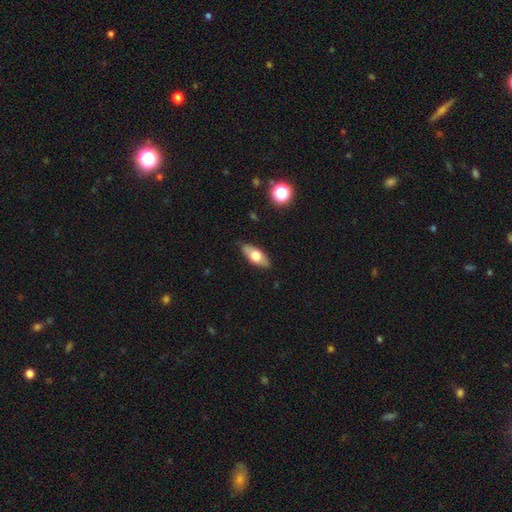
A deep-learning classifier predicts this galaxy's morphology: A smooth galaxy with no disk features (61%) that is in between round and cigar-shaped (81%).

Vote fractions:
- Smooth or featured? smooth: 61% / featured or disk: 33% / star or artifact: 6%
- How rounded? in between: 81% / cigar-shaped: 16% / round: 4%
- Merging? none: 84% / minor disturbance: 12% / major disturbance: 2% / merger: 1%